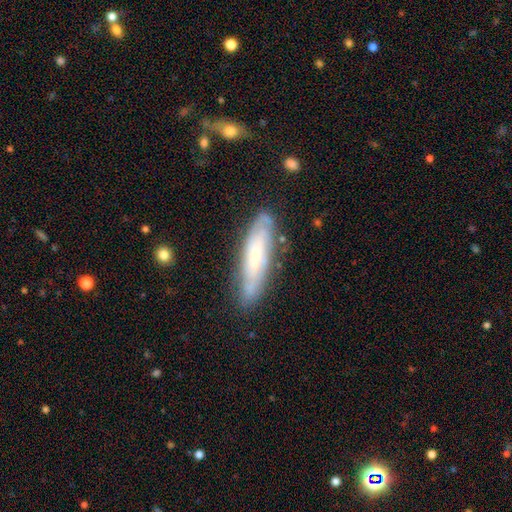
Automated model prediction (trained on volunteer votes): Morphology: type=featured or disk (52%); edge-on=no (58%); merging=none (76%).